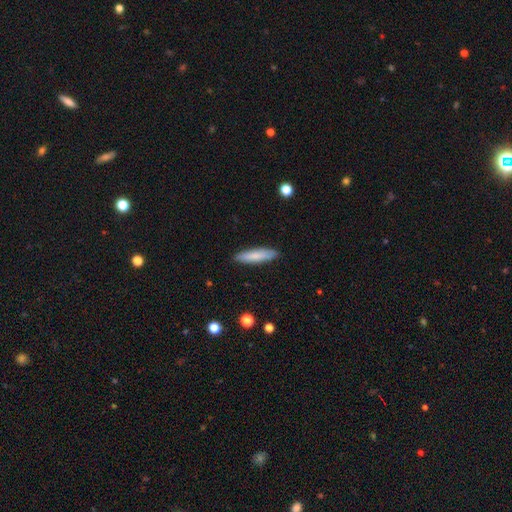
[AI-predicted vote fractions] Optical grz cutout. It shows a smooth galaxy with no disk features (81%) that is cigar-shaped (79%). Merging: none (90%).